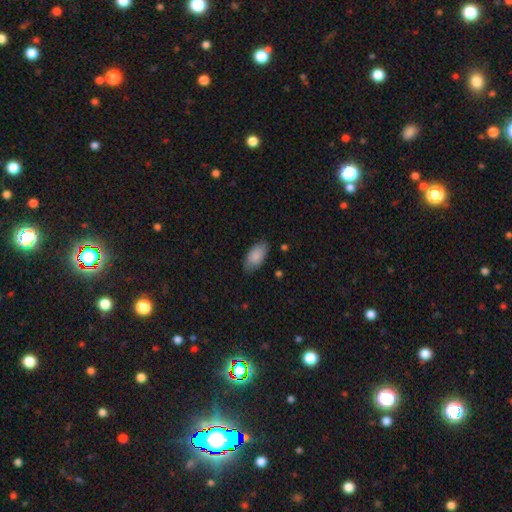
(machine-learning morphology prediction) Q: Smooth or featured?
A: smooth (87%); runner-up: featured or disk (7%)
Q: How rounded?
A: in between (94%); runner-up: cigar-shaped (4%)
Q: Merging?
A: none (81%); runner-up: minor disturbance (15%)